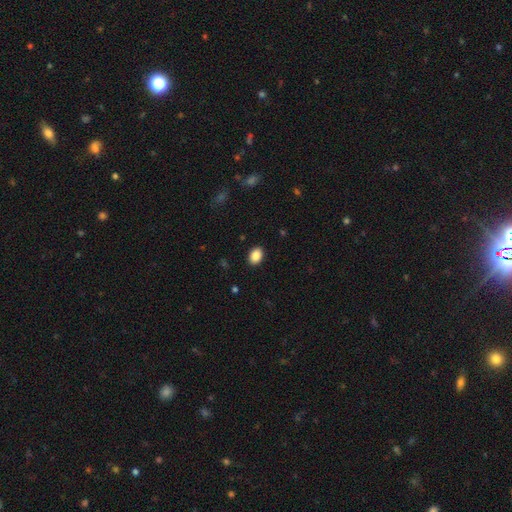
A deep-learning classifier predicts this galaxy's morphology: Smooth or featured? Predicted: smooth (p=0.88). How rounded? Predicted: in between (p=0.81). Merging? Predicted: none (p=0.90).